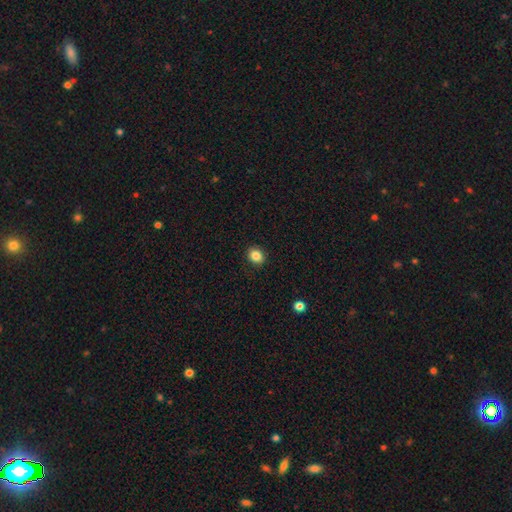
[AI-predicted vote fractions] Smooth or featured?
  - smooth: 86% *
  - star or artifact: 10%
  - featured or disk: 4%
How rounded?
  - round: 60% *
  - in between: 40%
  - cigar-shaped: 1%
Merging?
  - none: 91% *
  - minor disturbance: 6%
  - major disturbance: 2%
  - merger: 1%